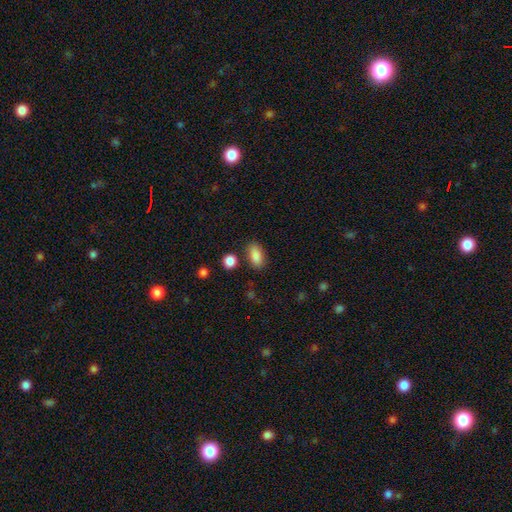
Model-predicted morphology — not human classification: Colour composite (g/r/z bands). It shows a smooth galaxy with no disk features (88%) that is in between round and cigar-shaped (89%). Merging: none (80%).